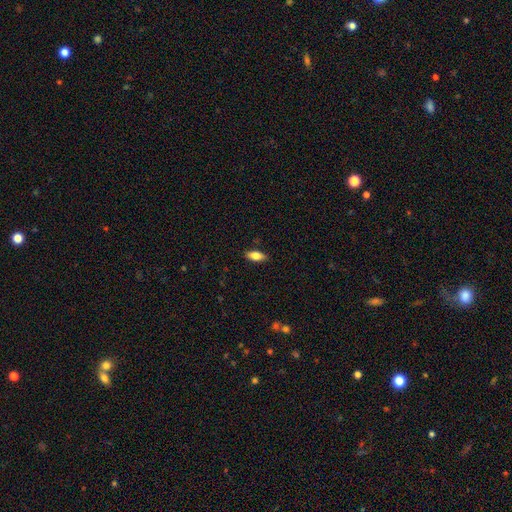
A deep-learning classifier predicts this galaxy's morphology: The model was most divided on "smooth or featured": smooth: 75%, featured or disk: 18%, star or artifact: 7%. More confident: merging — none (87%); how rounded — in between (82%).